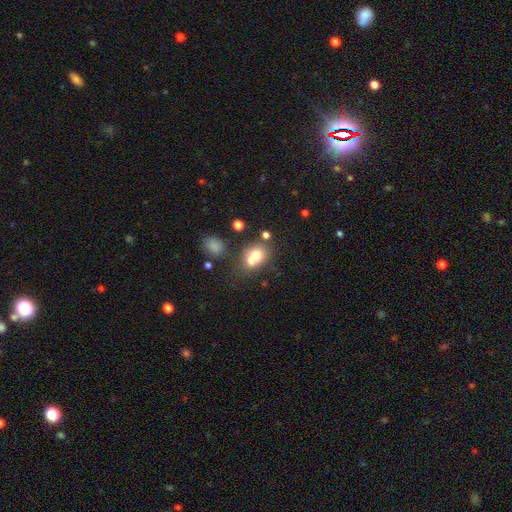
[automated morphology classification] Q: Smooth or featured?
A: smooth (68%); runner-up: featured or disk (20%)
Q: How rounded?
A: round (58%); runner-up: in between (41%)
Q: Merging?
A: merger (51%); runner-up: none (34%)